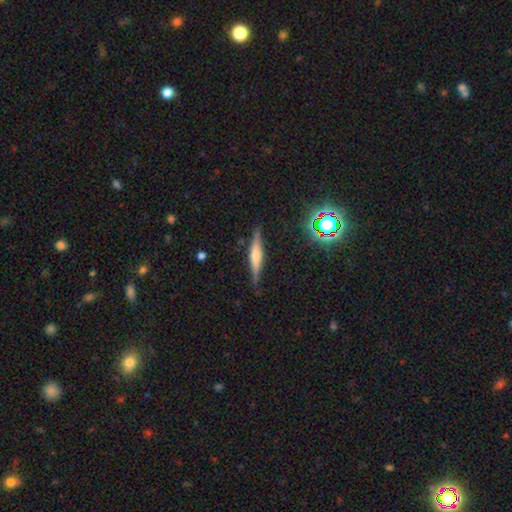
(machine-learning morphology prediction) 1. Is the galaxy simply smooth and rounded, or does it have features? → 57% featured or disk, 34% smooth, 9% star or artifact.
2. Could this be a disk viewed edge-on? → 96% yes, 4% no.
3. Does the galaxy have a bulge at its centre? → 57% rounded, 28% boxy, 15% none.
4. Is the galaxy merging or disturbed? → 86% none, 11% minor disturbance, 2% major disturbance, 1% merger.